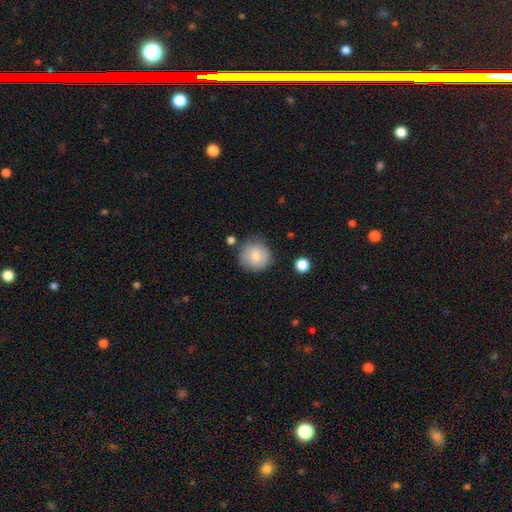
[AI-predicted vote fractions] A smooth galaxy with no disk features (82%) that is round (91%).

Vote fractions:
- Smooth or featured? smooth: 82% / featured or disk: 11% / star or artifact: 8%
- How rounded? round: 91% / in between: 8% / cigar-shaped: 1%
- Merging? none: 78% / minor disturbance: 15% / major disturbance: 4% / merger: 3%